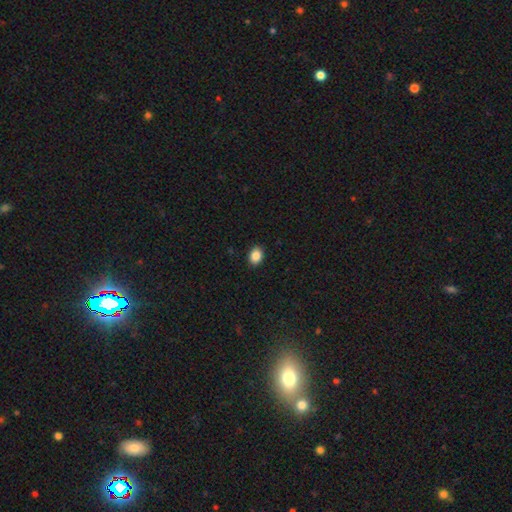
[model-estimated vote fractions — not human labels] Smooth or featured?
  - smooth: 88% *
  - star or artifact: 9%
  - featured or disk: 3%
How rounded?
  - in between: 66% *
  - round: 33%
  - cigar-shaped: 1%
Merging?
  - none: 91% *
  - minor disturbance: 7%
  - major disturbance: 2%
  - merger: 1%